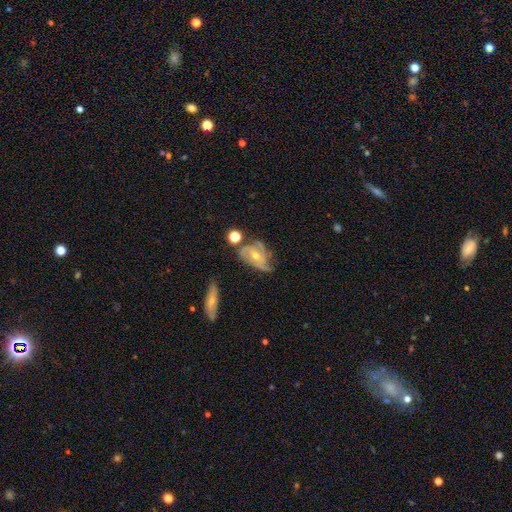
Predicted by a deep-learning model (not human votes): smooth-or-featured: featured or disk: 77% | smooth: 14% | star or artifact: 10%
  disk-edge-on: no: 95% | yes: 5%
    bar: no: 67% | weak: 25% | strong: 8%
    has-spiral-arms: yes: 91% | no: 9%
      spiral-winding: tight: 47% | medium: 39% | loose: 14%
      spiral-arm-count: 3: 38% | 2: 25% | can't tell: 22% | 4: 8% | 1: 4% | more than 4: 4%
    bulge-size: small: 50% | moderate: 46% | large: 1% | none: 1% | dominant: 1%
  merging: none: 57% | minor disturbance: 24% | major disturbance: 12% | merger: 7%